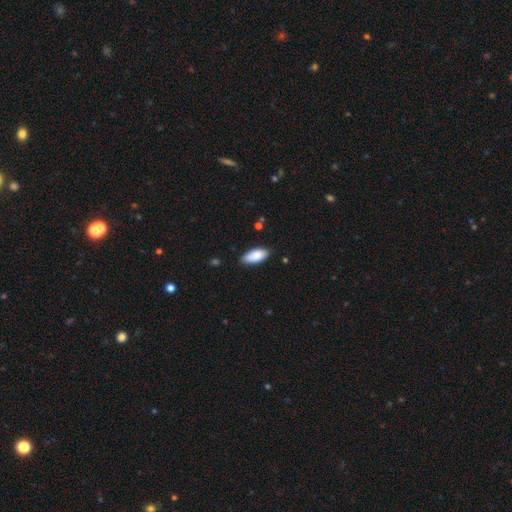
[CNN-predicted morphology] This appears to be a smooth galaxy with no disk features (86%) that is in between round and cigar-shaped (84%). Merging: none (84%).